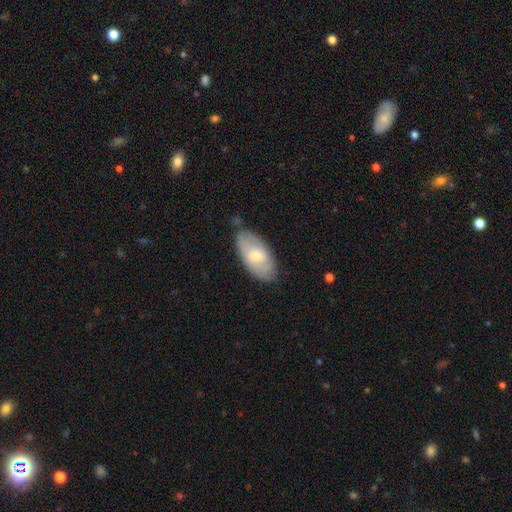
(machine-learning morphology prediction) Q: Smooth or featured?
A: smooth (57%); runner-up: featured or disk (37%)
Q: How rounded?
A: in between (93%); runner-up: cigar-shaped (4%)
Q: Merging?
A: none (71%); runner-up: minor disturbance (22%)